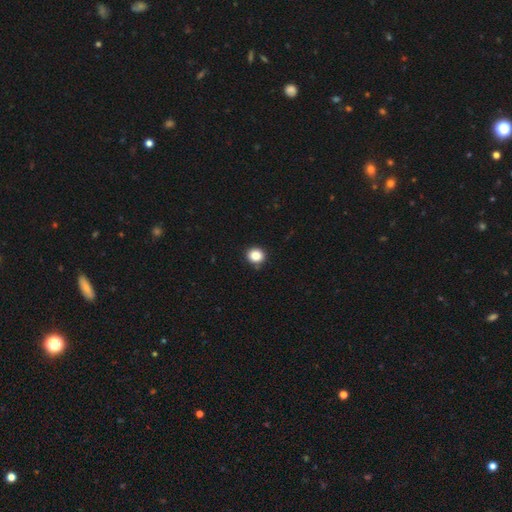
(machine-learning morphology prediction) This is clearly a smooth galaxy (85%). How rounded: clearly round (89%). Merging: clearly none (88%).